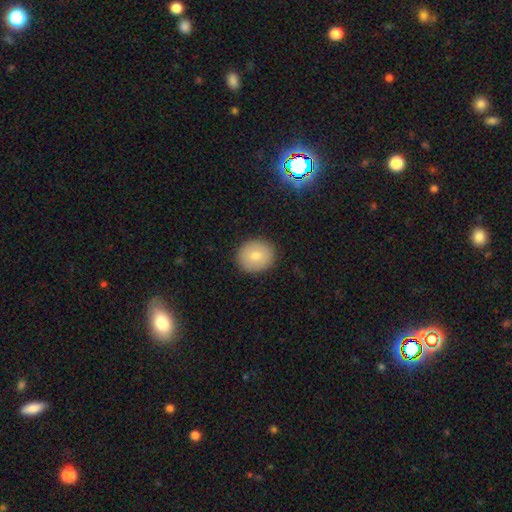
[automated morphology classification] Smooth or featured? Predicted: smooth (p=0.77). How rounded? Predicted: round (p=0.81). Merging? Predicted: none (p=0.89).